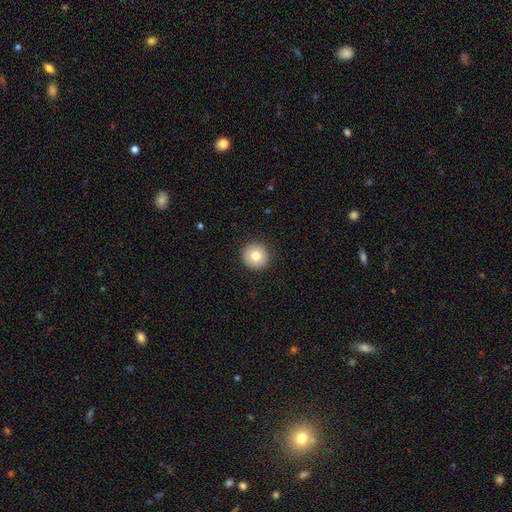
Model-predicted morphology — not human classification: The model was most divided on "smooth or featured": smooth: 81%, featured or disk: 11%, star or artifact: 8%. More confident: how rounded — round (95%); merging — none (91%).